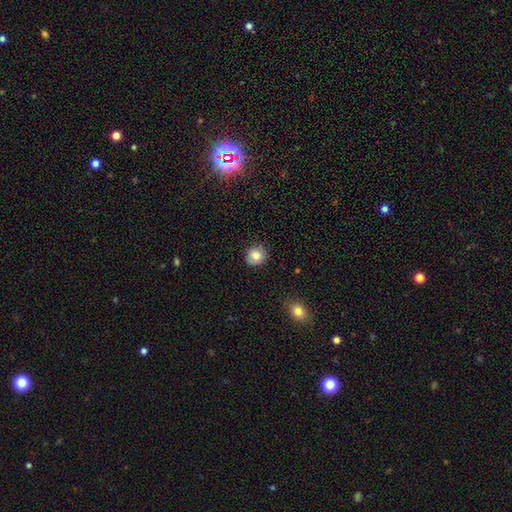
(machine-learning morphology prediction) Smooth or featured? Predicted: smooth (p=0.83). How rounded? Predicted: round (p=0.84). Merging? Predicted: none (p=0.86).